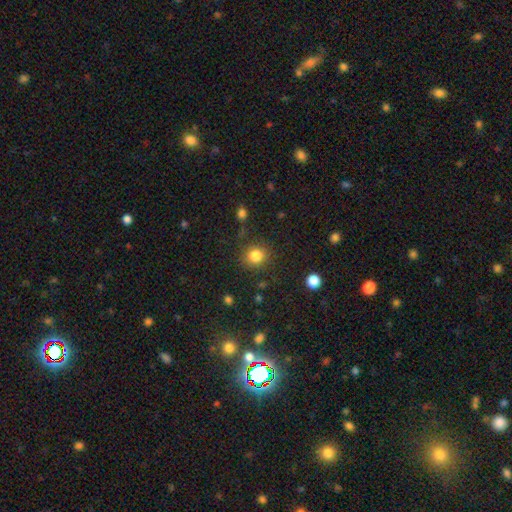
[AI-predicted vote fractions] smooth 84%, star or artifact 11%, featured or disk 5%. Down the decision tree: how rounded — round (88%); merging — none (84%).